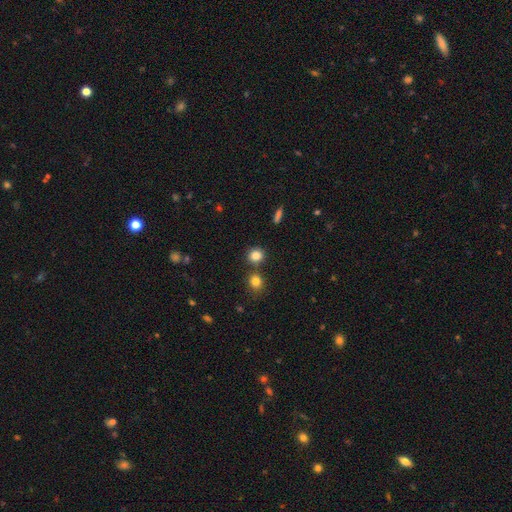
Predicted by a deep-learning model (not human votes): smooth 83%, star or artifact 11%, featured or disk 5%. Down the decision tree: how rounded — round (86%); merging — none (74%).